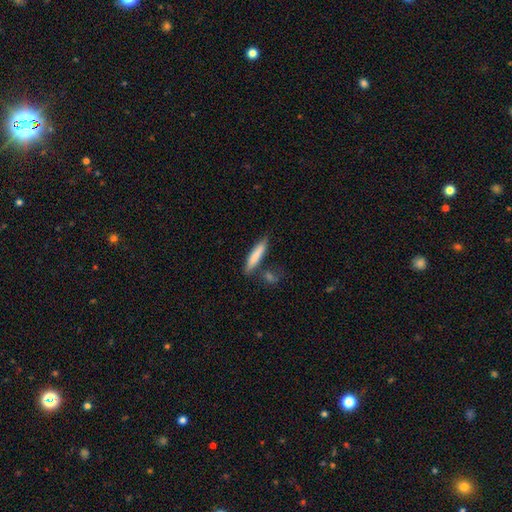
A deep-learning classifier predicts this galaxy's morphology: A smooth galaxy with no disk features (79%) that is cigar-shaped (86%). Merging: none (73%).